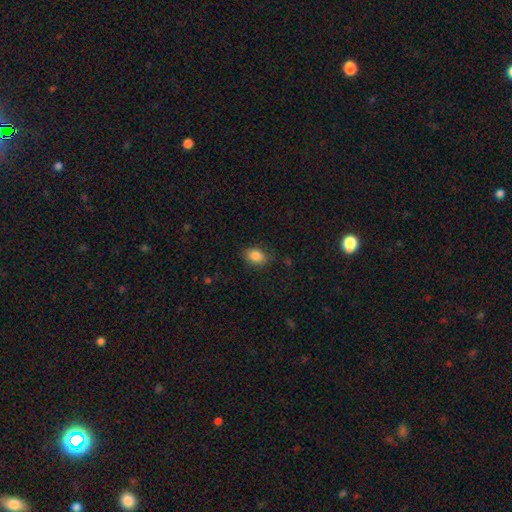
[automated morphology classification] type=smooth (86%); roundness=in between (79%); merging=none (82%).